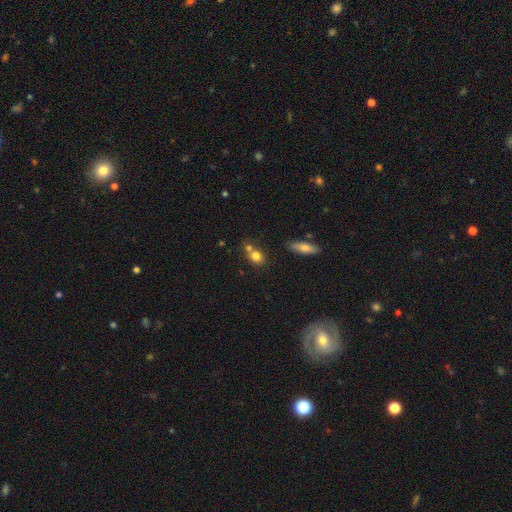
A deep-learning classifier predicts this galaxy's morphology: type=smooth (78%); roundness=round (60%); merging=none (51%).